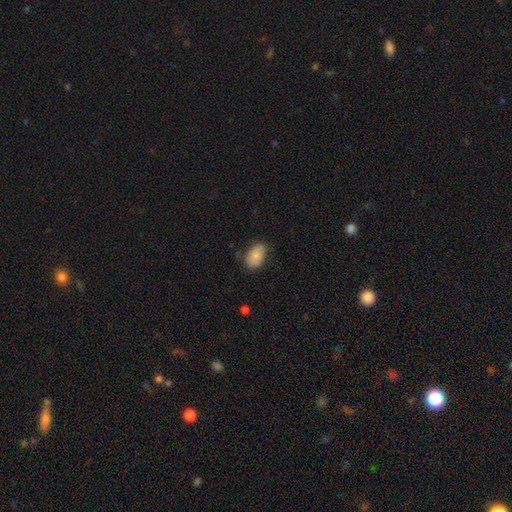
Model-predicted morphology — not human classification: smooth_or_featured: smooth (p=0.80) [alt: featured or disk p=0.13]
how_rounded: in between (p=0.89) [alt: round p=0.10]
merging: none (p=0.69) [alt: minor disturbance p=0.24]